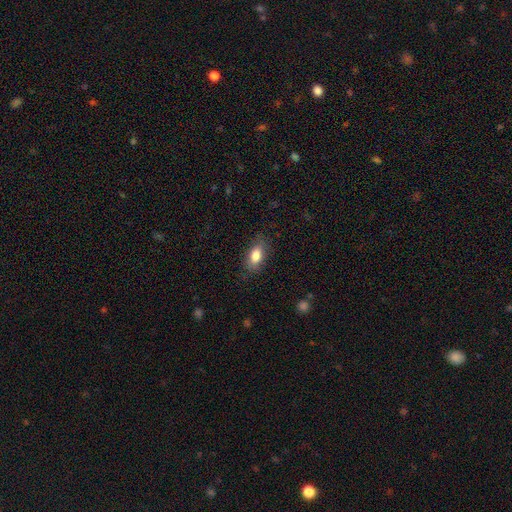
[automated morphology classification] This appears to be a smooth galaxy with no disk features (82%) that is in between round and cigar-shaped (86%). Merging: none (80%).